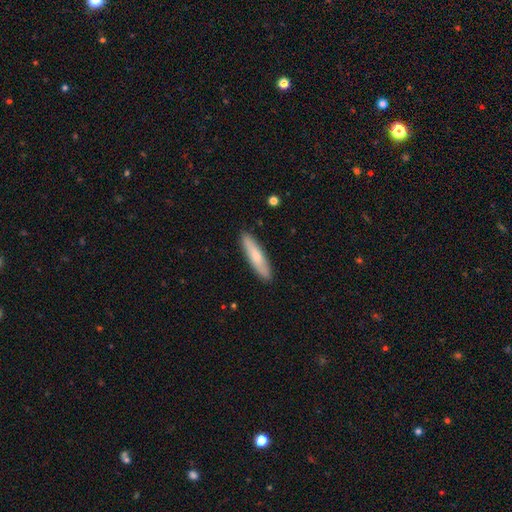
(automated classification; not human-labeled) Smooth or featured? smooth (73%)
How rounded? cigar-shaped (84%)
Merging? none (89%)